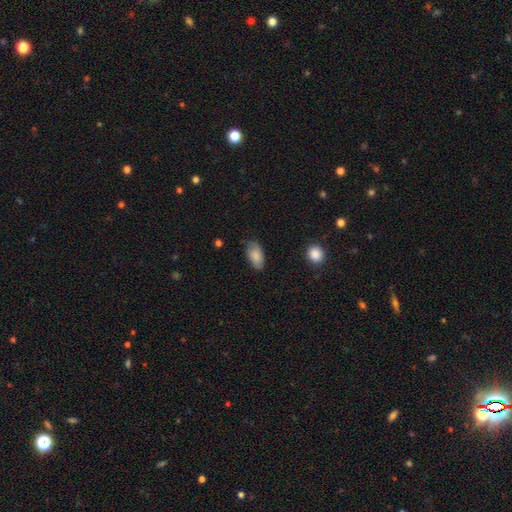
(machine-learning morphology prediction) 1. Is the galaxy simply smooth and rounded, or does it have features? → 82% smooth, 11% featured or disk, 7% star or artifact.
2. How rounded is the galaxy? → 92% in between, 4% round, 4% cigar-shaped.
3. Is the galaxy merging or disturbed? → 70% none, 24% minor disturbance, 5% major disturbance, 1% merger.